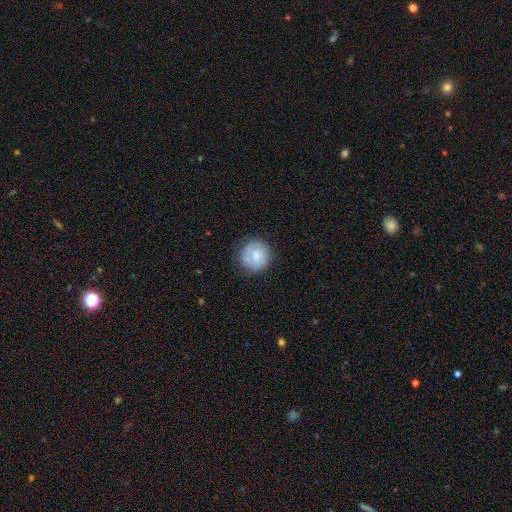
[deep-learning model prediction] A smooth galaxy with no disk features (70%) that is round (90%). Merging: none (75%).